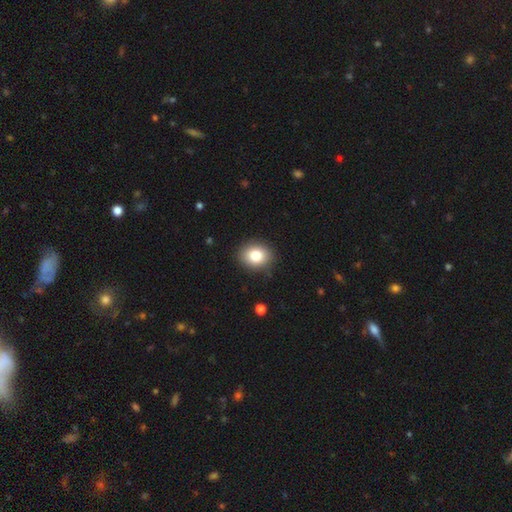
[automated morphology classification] Smooth or featured?
  - smooth: 82% *
  - star or artifact: 10%
  - featured or disk: 9%
How rounded?
  - round: 61% *
  - in between: 38%
  - cigar-shaped: 1%
Merging?
  - none: 88% *
  - minor disturbance: 9%
  - major disturbance: 2%
  - merger: 1%